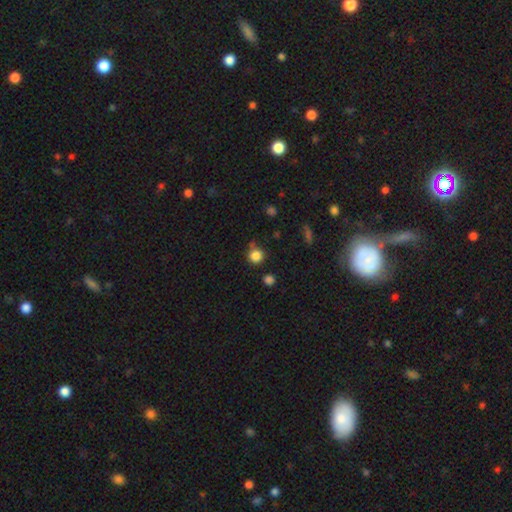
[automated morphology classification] Smooth or featured?
  - smooth: 84% *
  - star or artifact: 12%
  - featured or disk: 4%
How rounded?
  - round: 92% *
  - in between: 7%
  - cigar-shaped: 1%
Merging?
  - none: 76% *
  - minor disturbance: 12%
  - merger: 8%
  - major disturbance: 4%